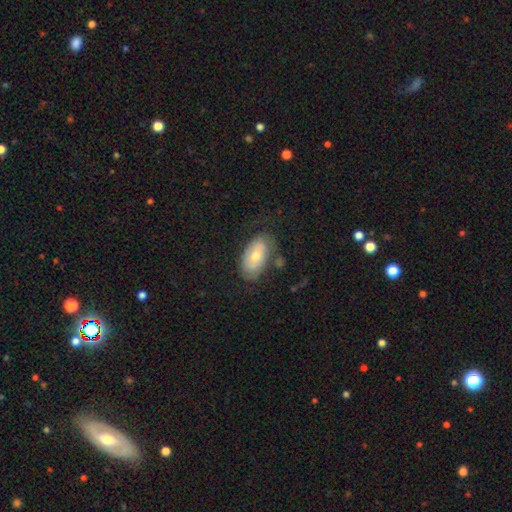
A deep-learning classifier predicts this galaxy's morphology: Smooth or featured? Predicted: smooth (p=0.58). How rounded? Predicted: in between (p=0.93). Merging? Predicted: none (p=0.62).